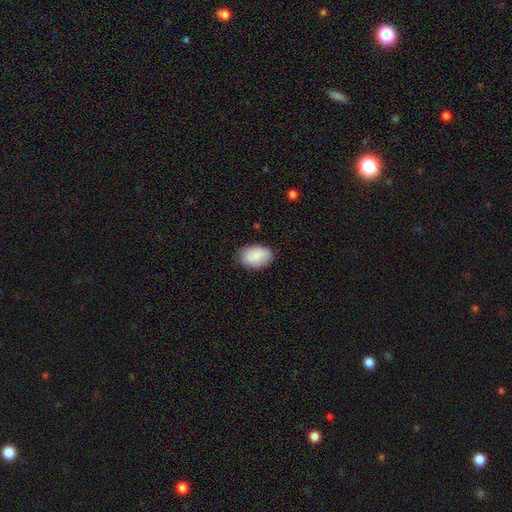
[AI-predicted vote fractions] Overall: smooth (90%). How rounded: in between (90%). Merging: none (82%).